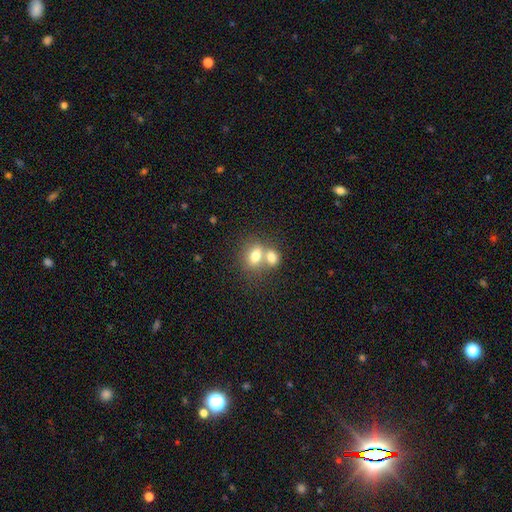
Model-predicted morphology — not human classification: The model was most divided on "merging": merger: 60%, none: 29%, minor disturbance: 7%, major disturbance: 3%. More confident: smooth or featured — smooth (75%); how rounded — in between (72%).